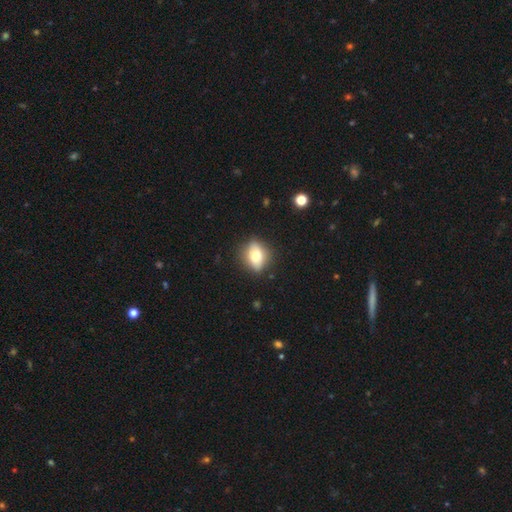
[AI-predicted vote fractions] Q: Smooth or featured?
A: smooth (63%); runner-up: featured or disk (27%)
Q: How rounded?
A: in between (53%); runner-up: round (43%)
Q: Merging?
A: none (80%); runner-up: minor disturbance (15%)